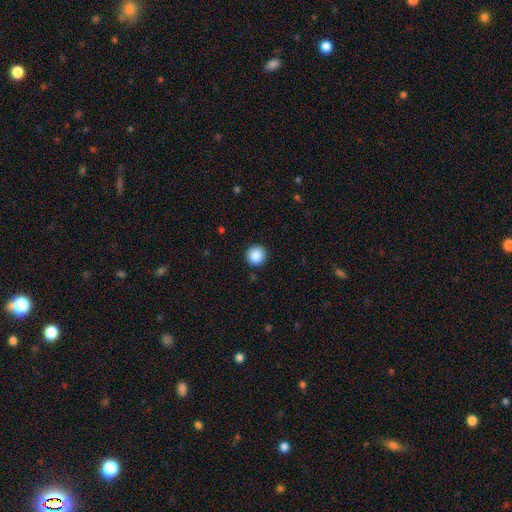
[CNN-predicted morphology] Smooth or featured?
  - smooth: 88% *
  - star or artifact: 9%
  - featured or disk: 4%
How rounded?
  - round: 95% *
  - in between: 4%
  - cigar-shaped: 1%
Merging?
  - none: 92% *
  - minor disturbance: 5%
  - major disturbance: 2%
  - merger: 1%